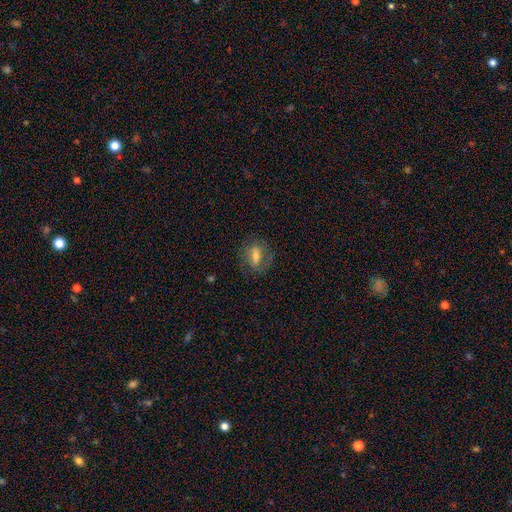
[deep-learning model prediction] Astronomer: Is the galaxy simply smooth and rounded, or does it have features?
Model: smooth — 48% (runner-up: featured or disk, 42%).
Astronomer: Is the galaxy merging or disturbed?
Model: none — 74%.